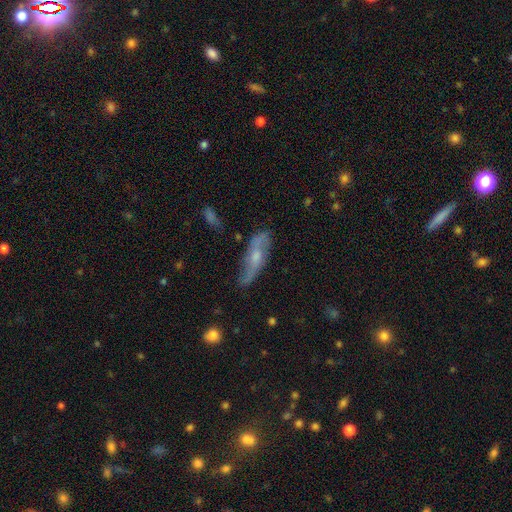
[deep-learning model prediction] smooth-or-featured: featured or disk: 67% | smooth: 26% | star or artifact: 7%
  disk-edge-on: no: 73% | yes: 27%
  merging: none: 70% | minor disturbance: 21% | major disturbance: 7% | merger: 2%